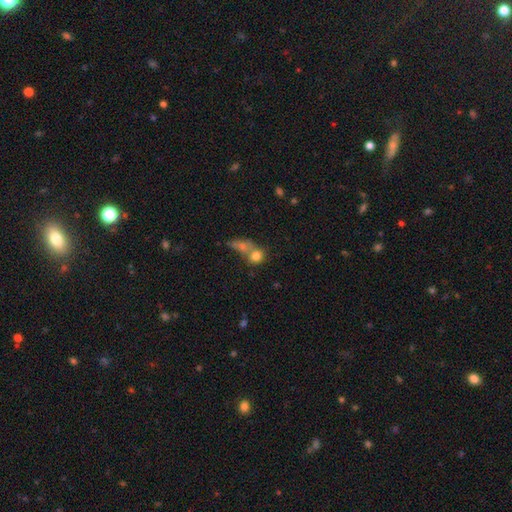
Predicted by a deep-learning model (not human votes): Smooth or featured? Predicted: smooth (p=0.75). How rounded? Predicted: round (p=0.75). Merging? Predicted: merger (p=0.49).